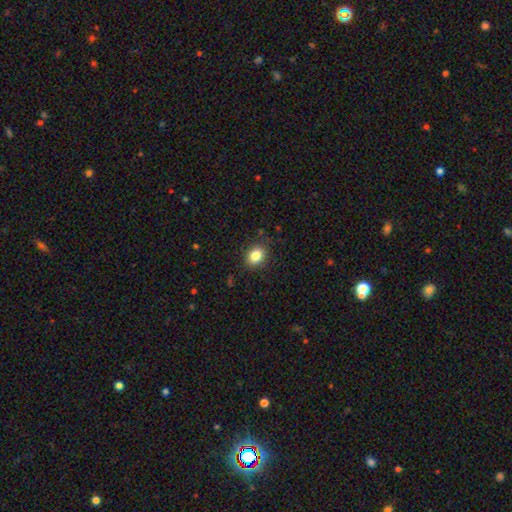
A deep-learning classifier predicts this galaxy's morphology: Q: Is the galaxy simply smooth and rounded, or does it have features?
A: smooth — 84%.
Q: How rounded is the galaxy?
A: in between — 54%.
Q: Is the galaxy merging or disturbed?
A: none — 85%.